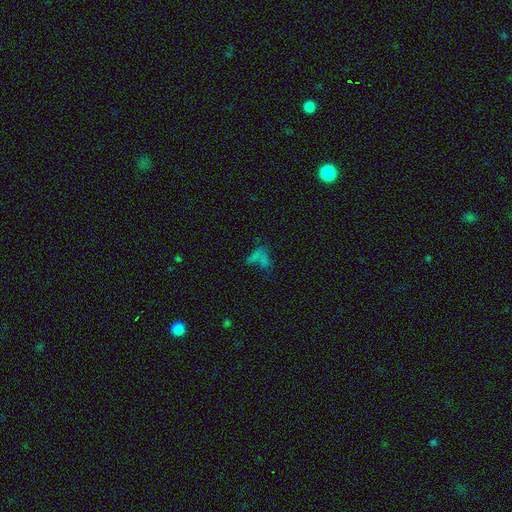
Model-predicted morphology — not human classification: Overall: smooth (44%; star or artifact 34%). Merging: none (39%; major disturbance 28%).